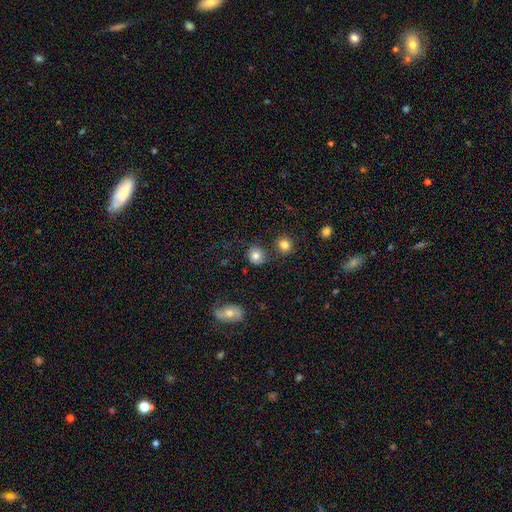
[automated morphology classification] Q: Smooth or featured?
A: smooth (82%); runner-up: star or artifact (11%)
Q: How rounded?
A: round (84%); runner-up: in between (15%)
Q: Merging?
A: none (80%); runner-up: minor disturbance (11%)